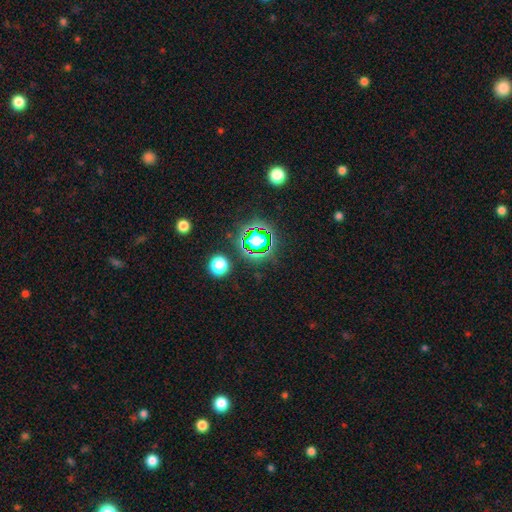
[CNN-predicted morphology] This appears to be a star or artifact, not a galaxy (77%).